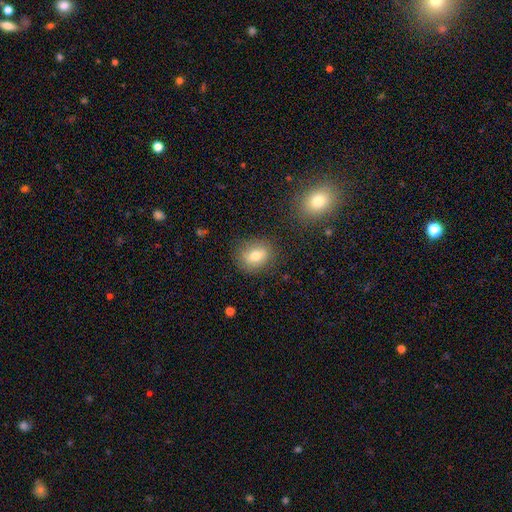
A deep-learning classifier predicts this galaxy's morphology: A smooth galaxy with no disk features (73%) that is in between round and cigar-shaped (49%, tied with round). Merging: none (81%).